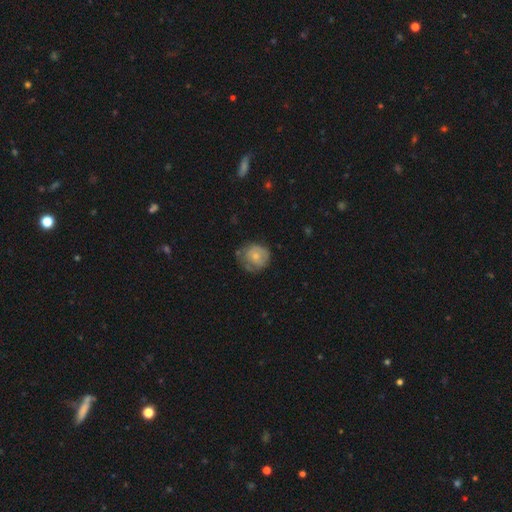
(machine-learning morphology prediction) Smooth or featured?
  - smooth: 61% *
  - featured or disk: 32%
  - star or artifact: 7%
How rounded?
  - round: 80% *
  - in between: 19%
  - cigar-shaped: 1%
Merging?
  - none: 53% *
  - minor disturbance: 31%
  - major disturbance: 14%
  - merger: 2%